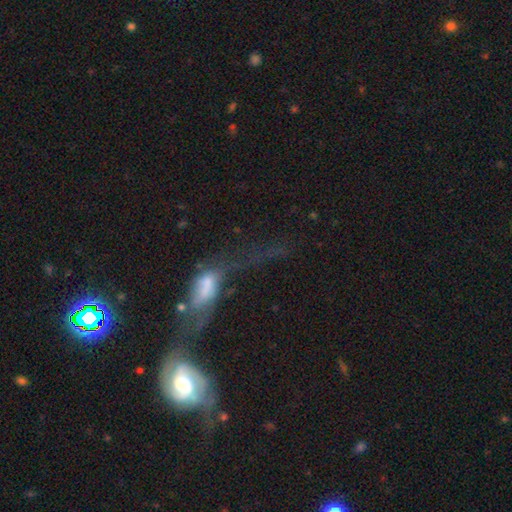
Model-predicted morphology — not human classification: Smooth or featured? featured or disk (43%)
Merging? merger (47%)